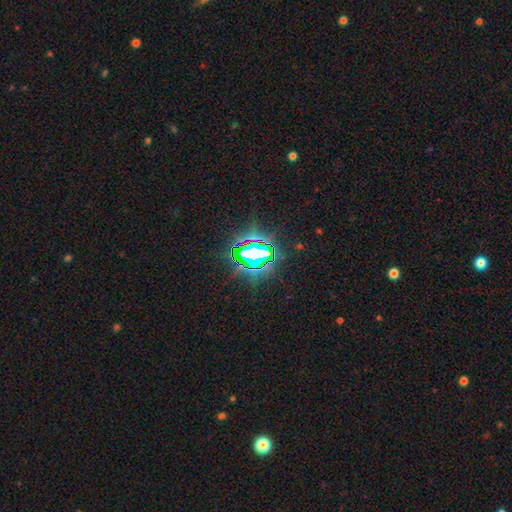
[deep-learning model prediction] A star or artifact, not a galaxy (75%).